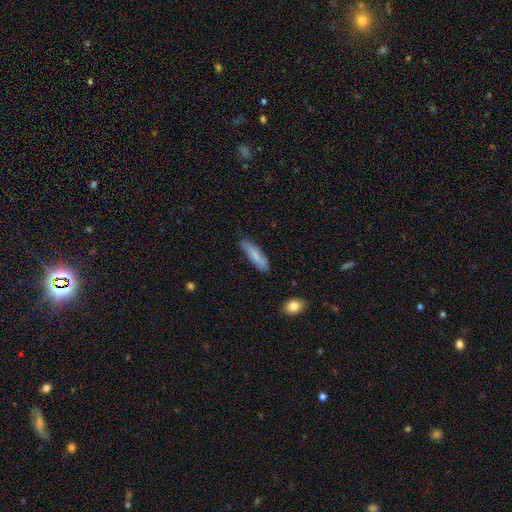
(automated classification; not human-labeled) A smooth galaxy with no disk features (79%) that is cigar-shaped (69%).

Vote fractions:
- Smooth or featured? smooth: 79% / featured or disk: 15% / star or artifact: 6%
- How rounded? cigar-shaped: 69% / in between: 29% / round: 2%
- Merging? none: 80% / minor disturbance: 16% / major disturbance: 3% / merger: 2%